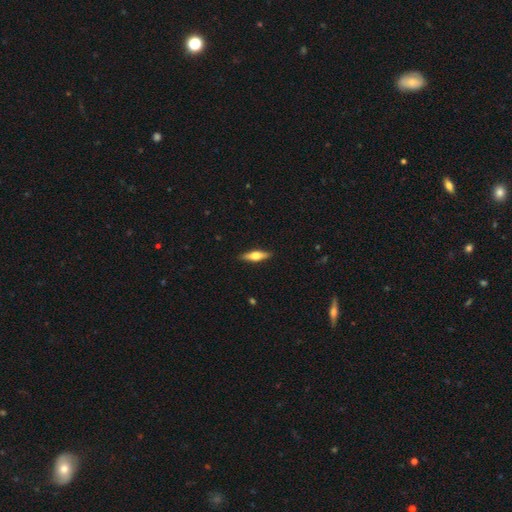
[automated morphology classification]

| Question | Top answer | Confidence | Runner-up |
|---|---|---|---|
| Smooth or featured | smooth | 51% | featured or disk (43%) |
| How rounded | cigar-shaped | 57% | in between (40%) |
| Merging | none | 89% | minor disturbance (8%) |